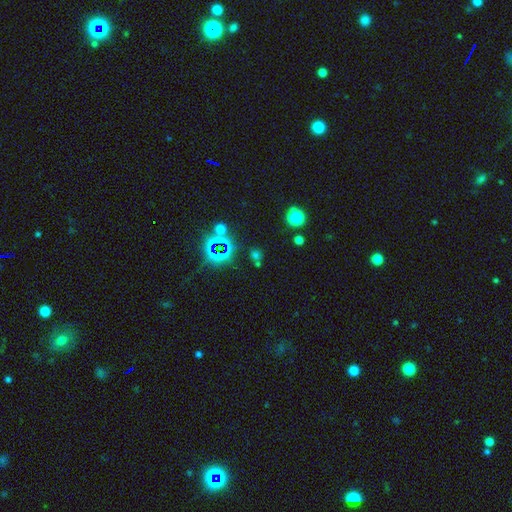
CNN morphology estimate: This appears to be a star or artifact, not a galaxy (50%).